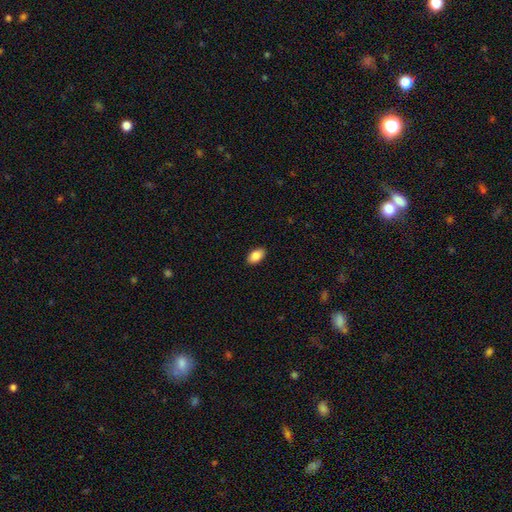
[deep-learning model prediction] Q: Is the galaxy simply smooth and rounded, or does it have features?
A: smooth — 86%.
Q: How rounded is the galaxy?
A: in between — 93%.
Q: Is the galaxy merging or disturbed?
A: none — 90%.